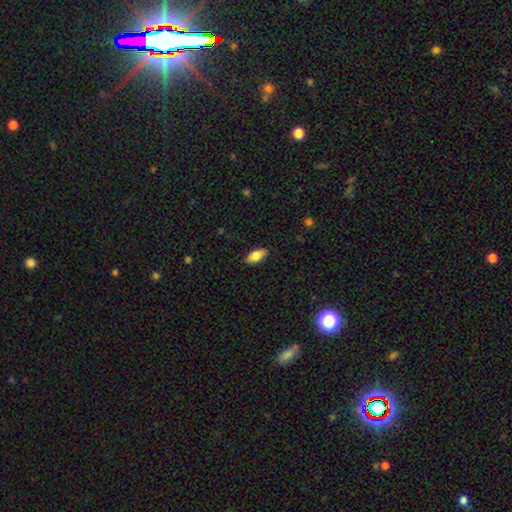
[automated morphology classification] Overall: smooth (82%). How rounded: in between (91%). Merging: none (88%).